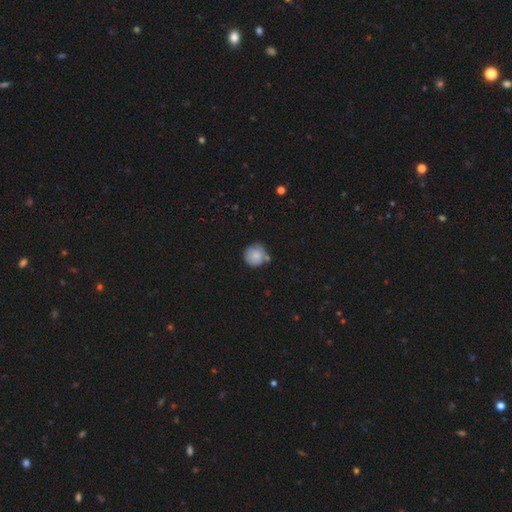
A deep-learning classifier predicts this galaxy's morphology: Q: Smooth or featured?
A: smooth (85%); runner-up: star or artifact (8%)
Q: How rounded?
A: round (94%); runner-up: in between (5%)
Q: Merging?
A: none (69%); runner-up: minor disturbance (18%)